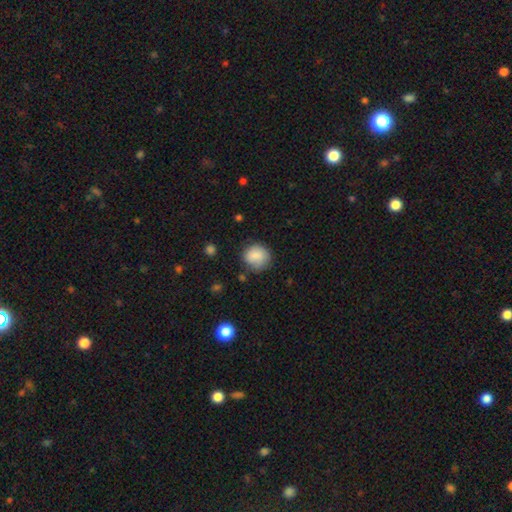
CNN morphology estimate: This is clearly a smooth galaxy (84%). How rounded: clearly round (86%). Merging: likely none (76%).